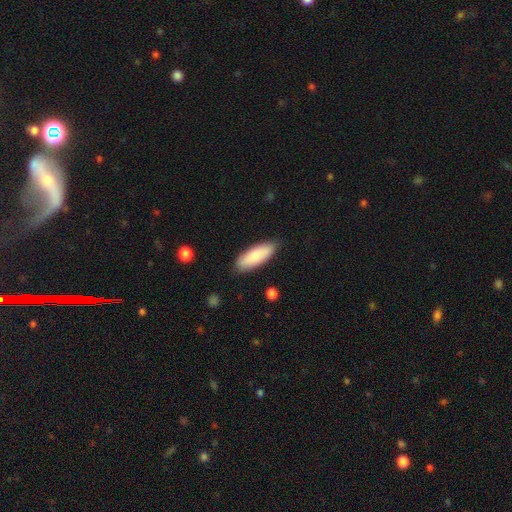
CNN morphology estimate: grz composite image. It shows a smooth galaxy with no disk features (81%) that is in between round and cigar-shaped (67%). Merging: none (84%).